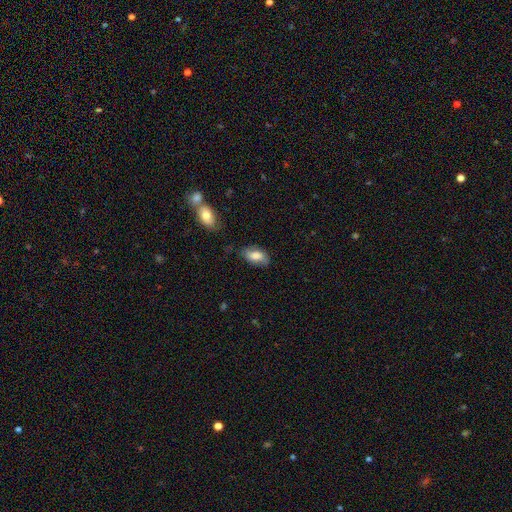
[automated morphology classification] Smooth or featured? Predicted: smooth (p=0.77). How rounded? Predicted: in between (p=0.92). Merging? Predicted: none (p=0.66).